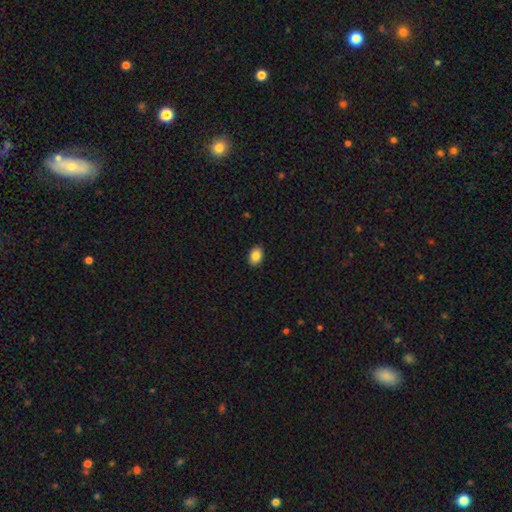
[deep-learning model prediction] This appears to be a smooth galaxy with no disk features (86%) that is in between round and cigar-shaped (78%). Merging: none (90%).